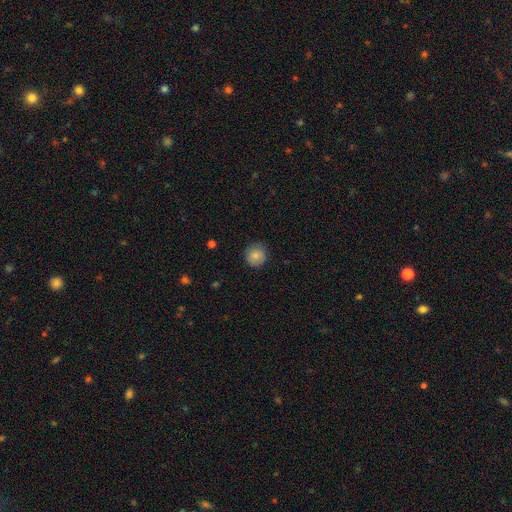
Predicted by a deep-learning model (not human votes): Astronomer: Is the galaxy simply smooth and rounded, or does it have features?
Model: smooth — 83%.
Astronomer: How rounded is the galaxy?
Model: round — 92%.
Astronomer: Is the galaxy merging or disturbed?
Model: none — 86%.